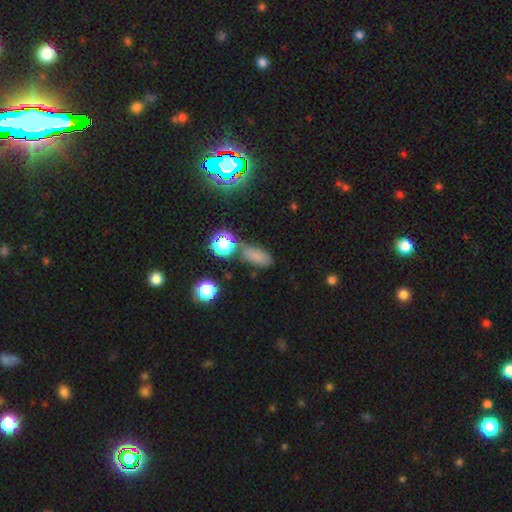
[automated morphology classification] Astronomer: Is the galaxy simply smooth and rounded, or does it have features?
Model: smooth — 71%.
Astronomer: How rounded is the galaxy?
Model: in between — 79%.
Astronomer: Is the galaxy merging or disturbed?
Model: none — 66%.